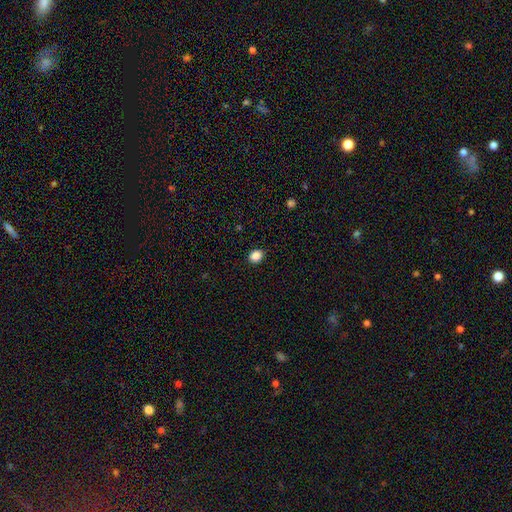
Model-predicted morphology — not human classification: Smooth or featured?
  - smooth: 87% *
  - star or artifact: 10%
  - featured or disk: 3%
How rounded?
  - round: 64% *
  - in between: 35%
  - cigar-shaped: 1%
Merging?
  - none: 91% *
  - minor disturbance: 6%
  - major disturbance: 2%
  - merger: 1%